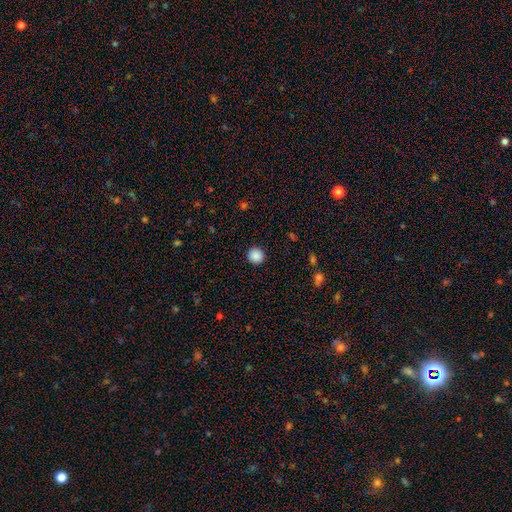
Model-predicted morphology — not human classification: smooth 88%, star or artifact 9%, featured or disk 3%. Down the decision tree: how rounded — round (94%); merging — none (92%).